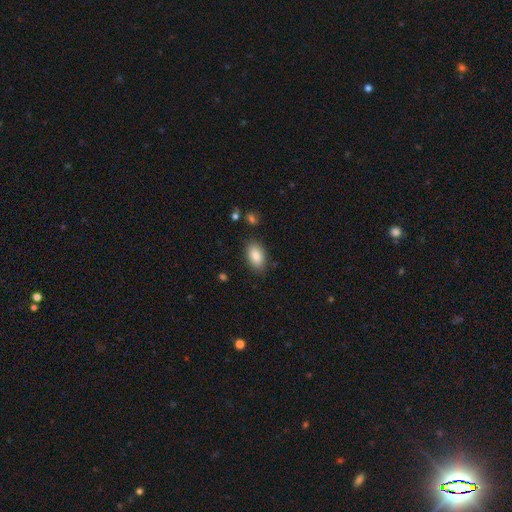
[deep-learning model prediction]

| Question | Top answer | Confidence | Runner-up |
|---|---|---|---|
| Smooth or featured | smooth | 86% | featured or disk (7%) |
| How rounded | in between | 93% | round (5%) |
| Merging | none | 85% | minor disturbance (11%) |